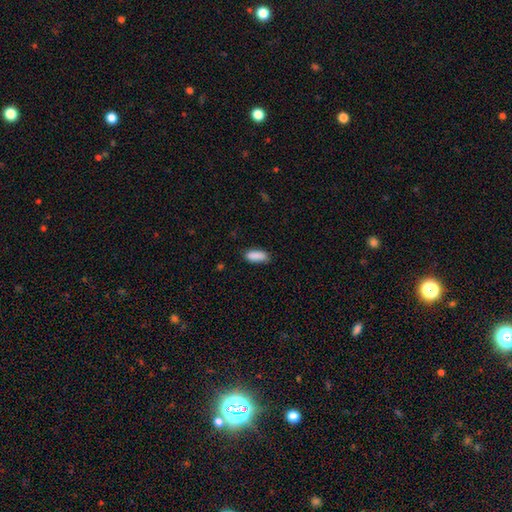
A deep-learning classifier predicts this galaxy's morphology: This is clearly a smooth galaxy (89%). How rounded: likely in between (79%). Merging: likely none (77%).